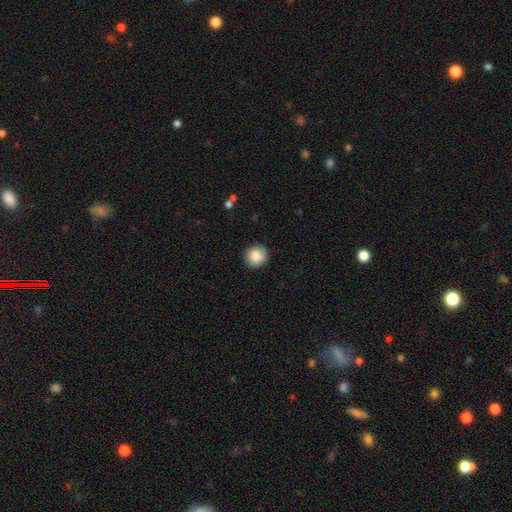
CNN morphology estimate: This appears to be a smooth galaxy with no disk features (84%) that is round (90%). Merging: none (87%).